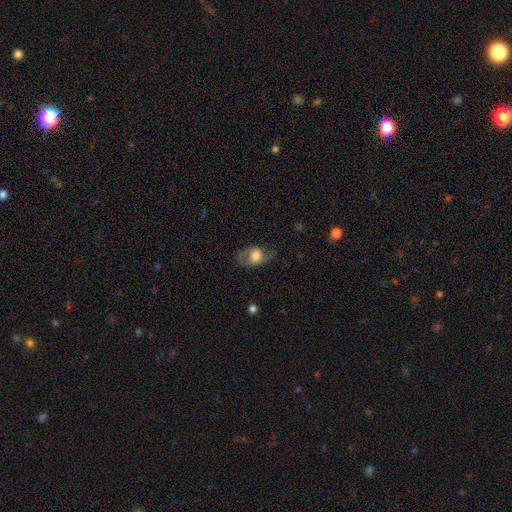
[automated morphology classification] Overall: smooth (58%; featured or disk 35%). How rounded: in between (77%). Merging: none (65%).